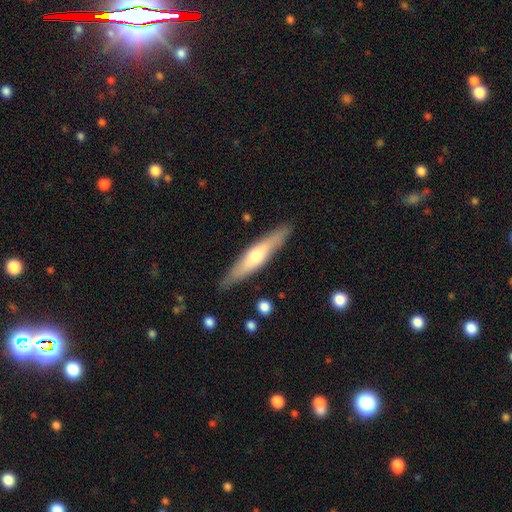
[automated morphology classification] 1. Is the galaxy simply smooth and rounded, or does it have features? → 48% smooth, 47% featured or disk, 5% star or artifact.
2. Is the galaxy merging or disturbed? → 86% none, 10% minor disturbance, 2% major disturbance, 2% merger.